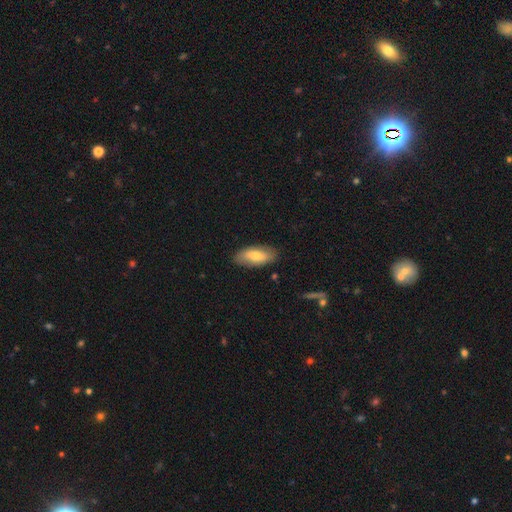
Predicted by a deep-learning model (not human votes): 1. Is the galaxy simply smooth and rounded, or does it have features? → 72% smooth, 22% featured or disk, 6% star or artifact.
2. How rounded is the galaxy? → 86% in between, 11% cigar-shaped, 2% round.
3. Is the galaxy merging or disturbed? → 84% none, 12% minor disturbance, 2% major disturbance, 1% merger.